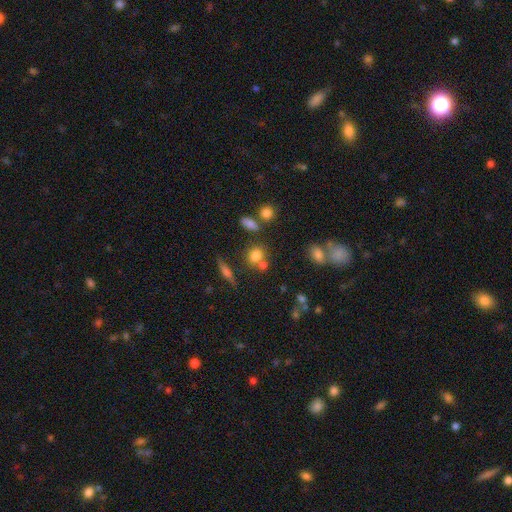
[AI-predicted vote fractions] Overall: smooth (75%). How rounded: round (71%). Merging: none (59%; merger 24%).